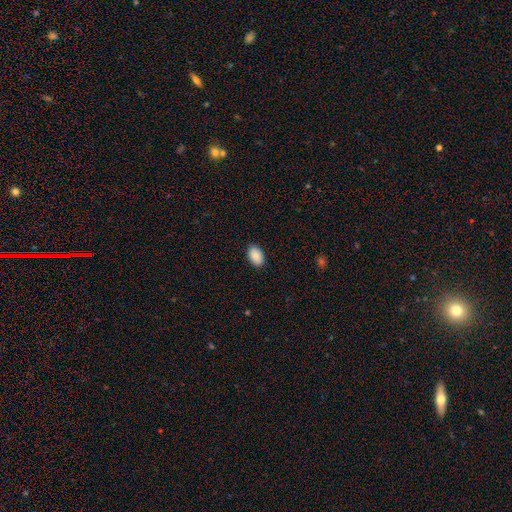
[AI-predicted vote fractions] smooth-or-featured: smooth: 90% | star or artifact: 7% | featured or disk: 4%
  how-rounded: in between: 92% | round: 7% | cigar-shaped: 1%
  merging: none: 89% | minor disturbance: 8% | major disturbance: 2% | merger: 1%